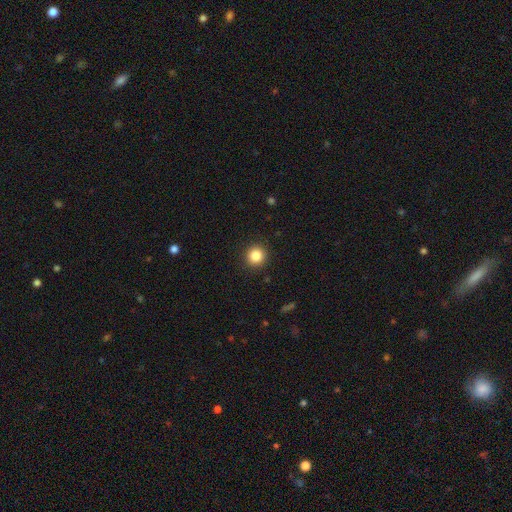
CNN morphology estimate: Smooth or featured: smooth — 85% (star or artifact — 11%)
How rounded: round — 94% (in between — 5%)
Merging: none — 92% (minor disturbance — 5%)